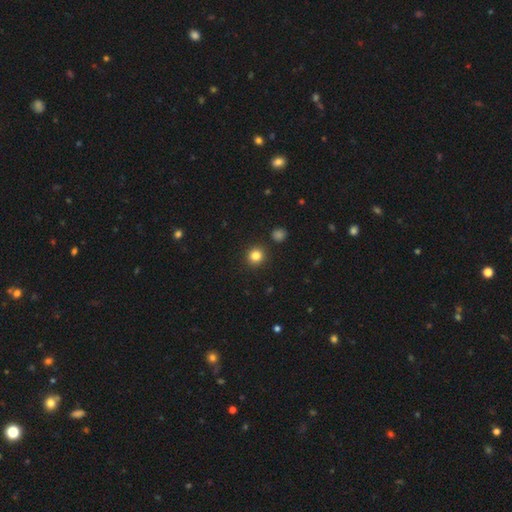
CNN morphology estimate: This is clearly a smooth galaxy (83%). How rounded: clearly round (92%). Merging: clearly none (91%).